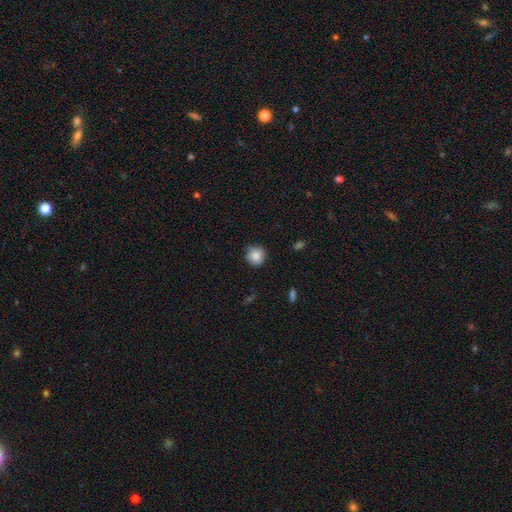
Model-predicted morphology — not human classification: smooth_or_featured: smooth (p=0.86) [alt: star or artifact p=0.09]
how_rounded: round (p=0.93) [alt: in between p=0.06]
merging: none (p=0.80) [alt: minor disturbance p=0.16]